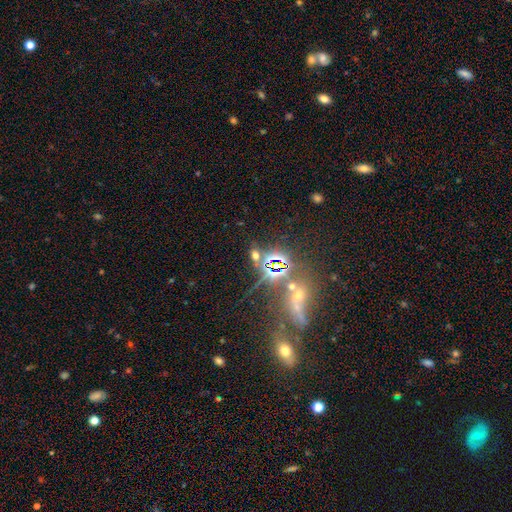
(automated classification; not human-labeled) A star or artifact, not a galaxy (59%).